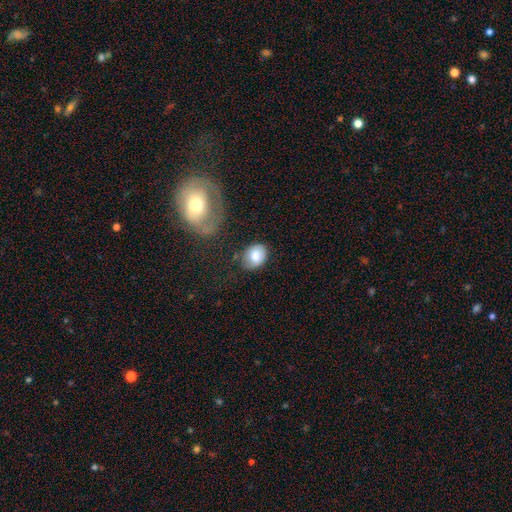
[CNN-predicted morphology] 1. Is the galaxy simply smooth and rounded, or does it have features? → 79% smooth, 14% featured or disk, 7% star or artifact.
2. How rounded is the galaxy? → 60% in between, 39% round, 1% cigar-shaped.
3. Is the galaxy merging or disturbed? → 68% none, 21% minor disturbance, 6% major disturbance, 5% merger.